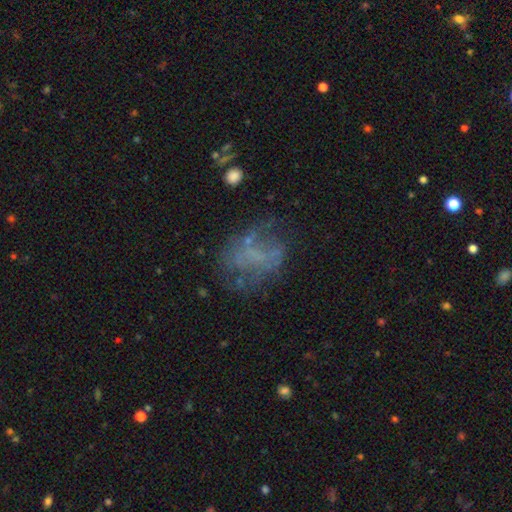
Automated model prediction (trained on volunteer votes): This appears to be a featured or disk galaxy (49%). Merging: none (53%).